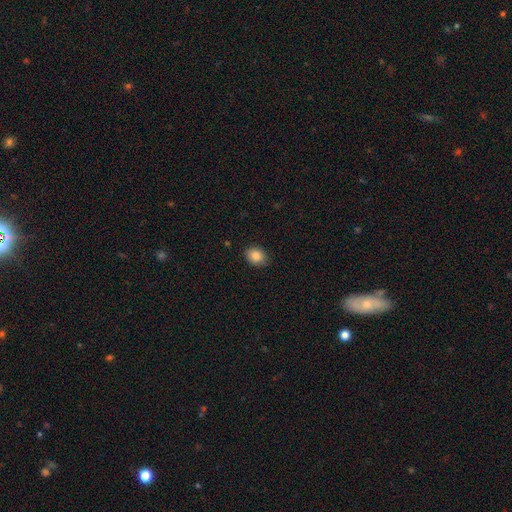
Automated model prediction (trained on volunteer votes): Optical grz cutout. It shows a smooth galaxy with no disk features (86%) that is in between round and cigar-shaped (53%). Merging: none (85%).